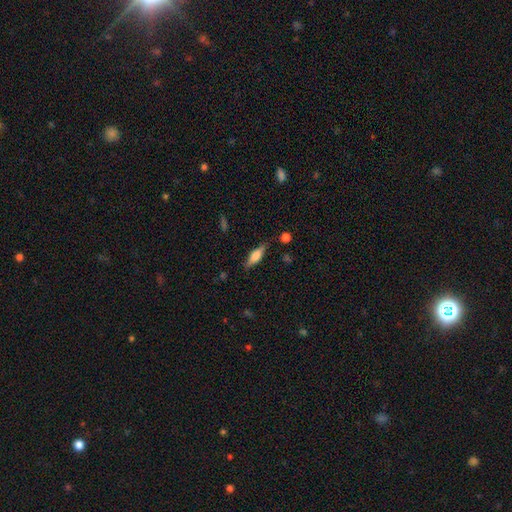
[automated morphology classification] The model was most divided on "how rounded": cigar-shaped: 49%, in between: 48%, round: 3%. More confident: merging — none (79%); smooth or featured — smooth (53%).